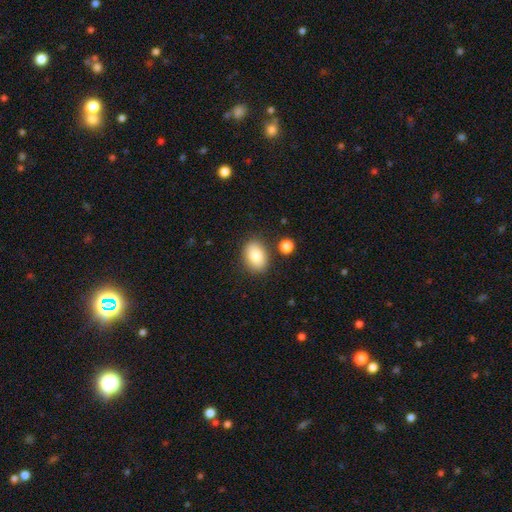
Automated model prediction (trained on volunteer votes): Overall: smooth (83%). How rounded: in between (79%). Merging: none (81%).